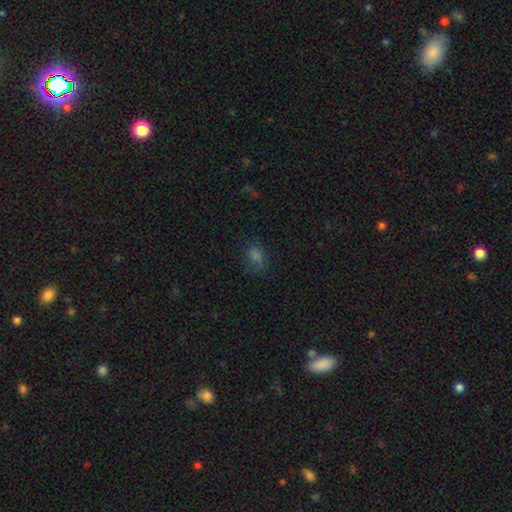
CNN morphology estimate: Smooth or featured: smooth — 61% (star or artifact — 25%)
How rounded: in between — 59% (round — 39%)
Merging: none — 64% (minor disturbance — 22%)